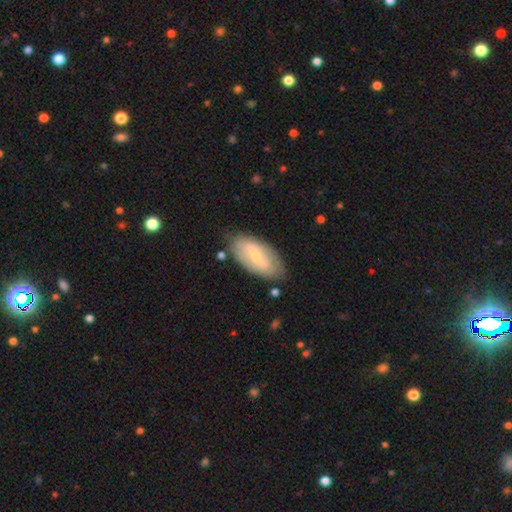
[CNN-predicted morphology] Overall: featured or disk (49%; smooth 45%). Merging: none (79%).